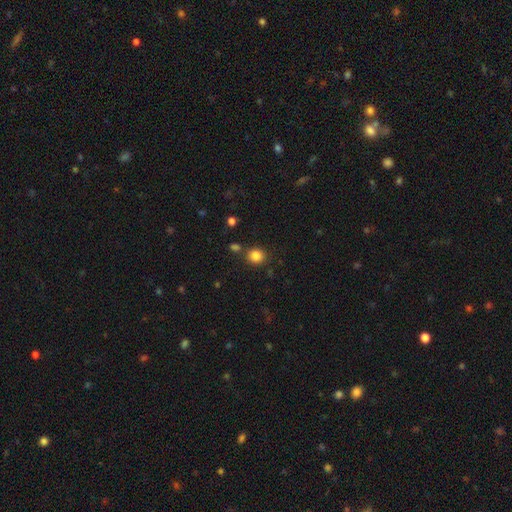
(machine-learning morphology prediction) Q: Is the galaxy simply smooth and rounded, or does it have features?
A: smooth — 84%.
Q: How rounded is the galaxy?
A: round — 82%.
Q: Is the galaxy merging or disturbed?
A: none — 81%.